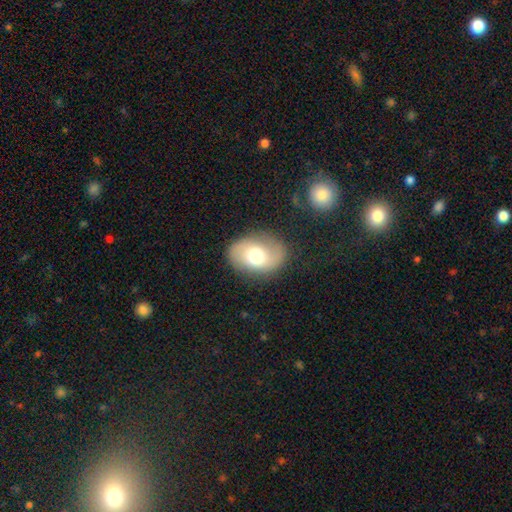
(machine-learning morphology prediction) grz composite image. It shows a smooth galaxy with no disk features (54%) that is in between round and cigar-shaped (74%). Merging: none (80%).